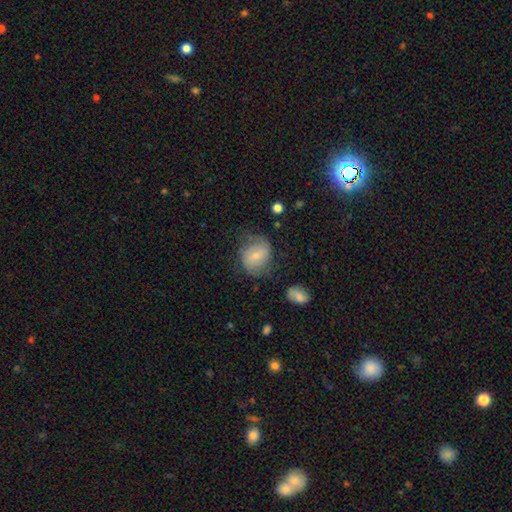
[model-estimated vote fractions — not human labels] Smooth or featured? smooth (50%)
Merging? none (55%)